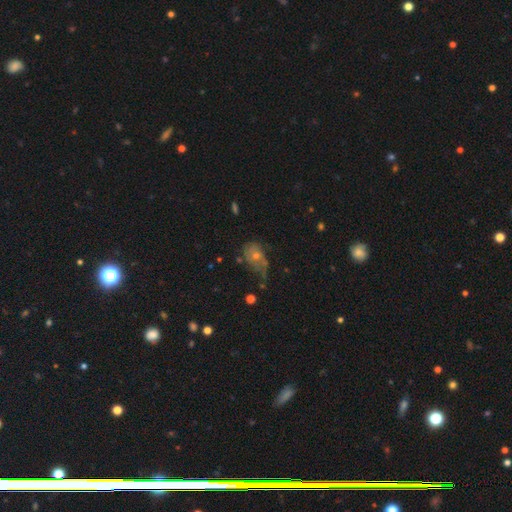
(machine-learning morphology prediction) Q: Smooth or featured?
A: featured or disk (41%); runner-up: smooth (38%)
Q: Merging?
A: none (37%); runner-up: major disturbance (30%)